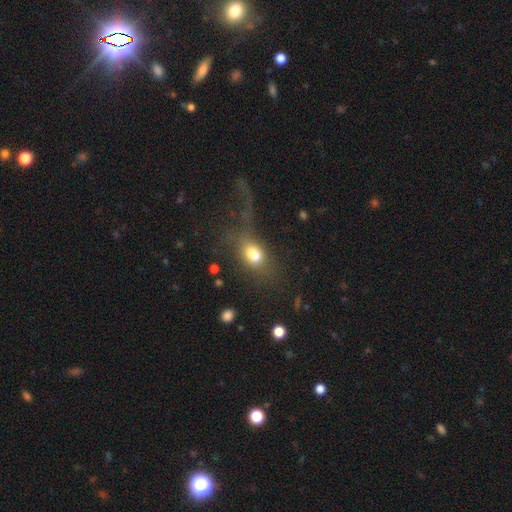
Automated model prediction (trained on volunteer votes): smooth_or_featured: smooth (p=0.71) [alt: featured or disk p=0.18]
how_rounded: in between (p=0.75) [alt: round p=0.21]
merging: major disturbance (p=0.43) [alt: none p=0.28]